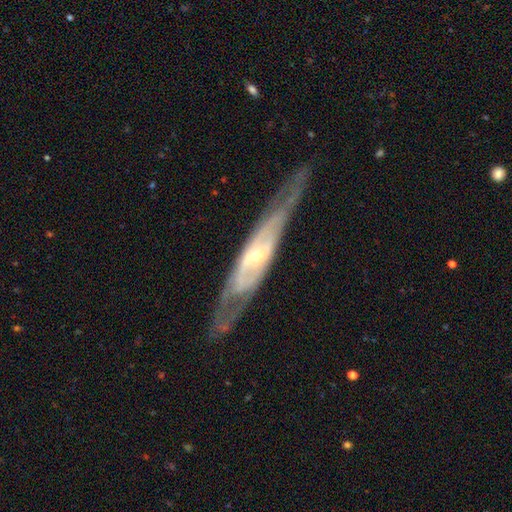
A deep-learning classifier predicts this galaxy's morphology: The model was most divided on "edge-on disk": no: 52%, yes: 48%. More confident: smooth or featured — featured or disk (81%); merging — none (72%).